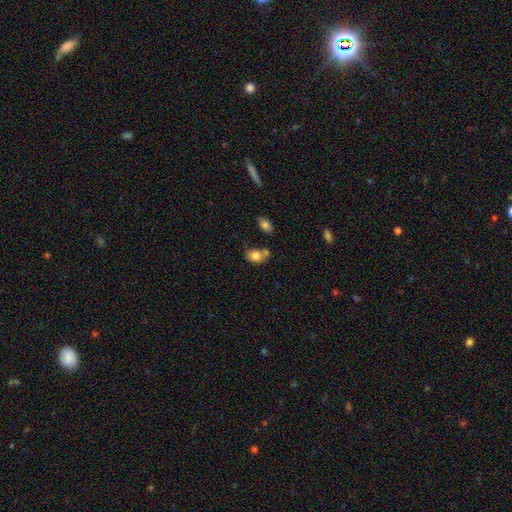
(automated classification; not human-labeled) A smooth galaxy with no disk features (79%) that is in between round and cigar-shaped (68%). Merging: none (46%).